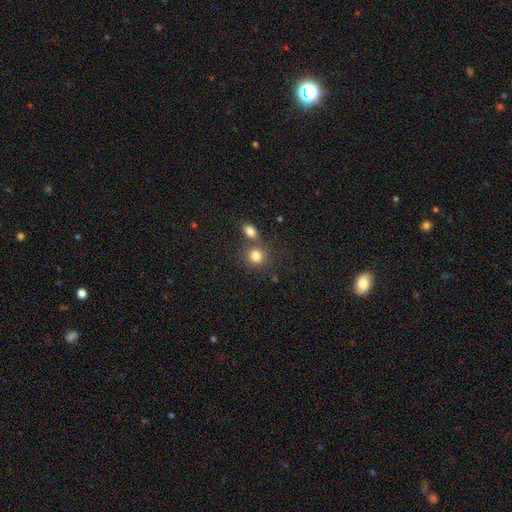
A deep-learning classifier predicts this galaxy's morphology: Smooth or featured?
  - smooth: 82% *
  - star or artifact: 11%
  - featured or disk: 7%
How rounded?
  - round: 80% *
  - in between: 19%
  - cigar-shaped: 1%
Merging?
  - none: 60% *
  - merger: 27%
  - minor disturbance: 9%
  - major disturbance: 4%